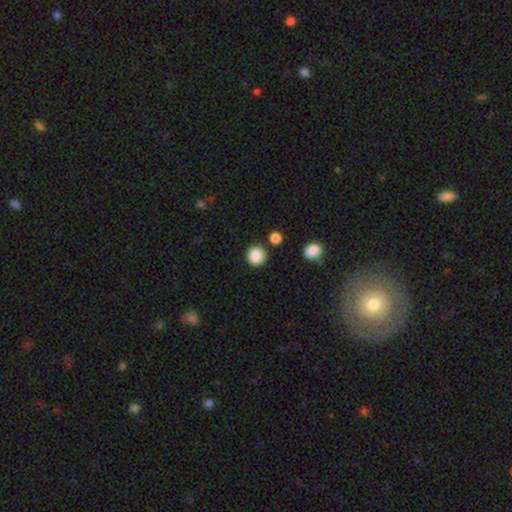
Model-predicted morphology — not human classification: Smooth or featured: smooth — 87% (star or artifact — 9%)
How rounded: round — 93% (in between — 6%)
Merging: none — 86% (minor disturbance — 7%)